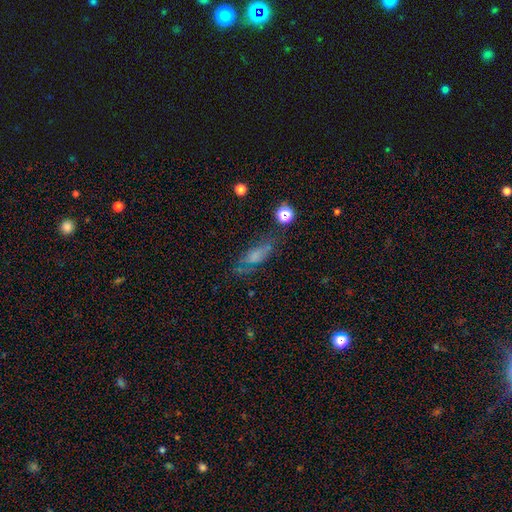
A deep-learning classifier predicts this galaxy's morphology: type=smooth (47%); merging=none (51%).